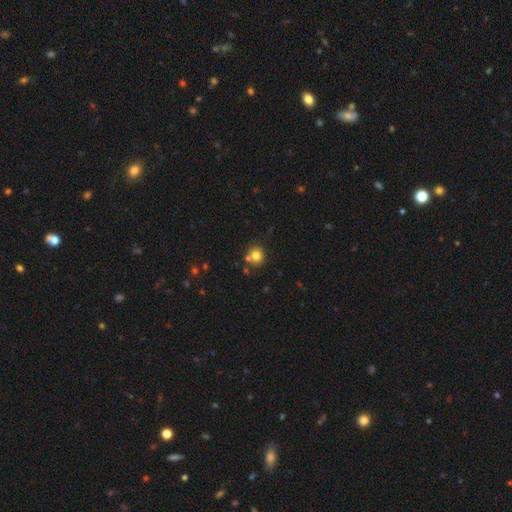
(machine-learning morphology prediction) Q: Smooth or featured?
A: smooth (79%); runner-up: star or artifact (12%)
Q: How rounded?
A: round (86%); runner-up: in between (13%)
Q: Merging?
A: none (68%); runner-up: merger (18%)